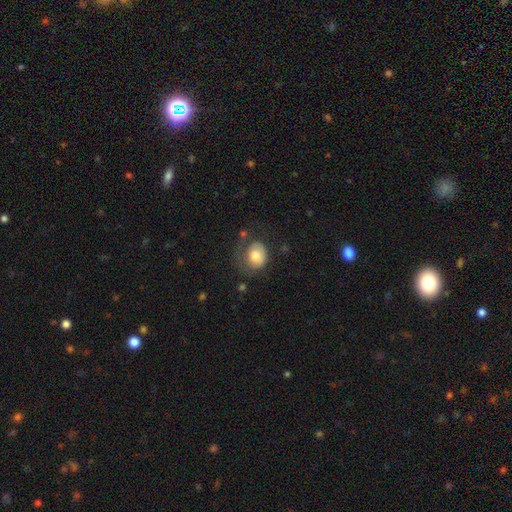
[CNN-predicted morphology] Overall: smooth (70%). How rounded: round (58%; in between 41%). Merging: none (42%; major disturbance 28%).